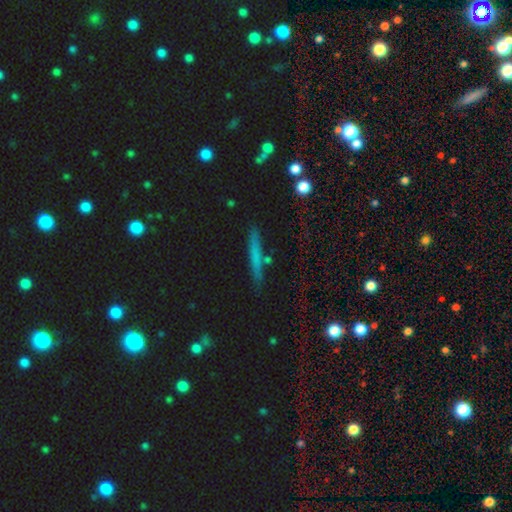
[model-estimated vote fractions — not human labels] smooth 62%, featured or disk 28%, star or artifact 10%. Down the decision tree: how rounded — cigar-shaped (94%); merging — none (85%).